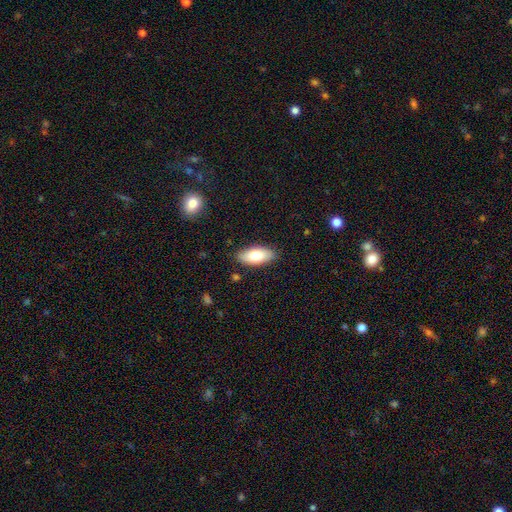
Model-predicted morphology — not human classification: This is likely a smooth galaxy (76%). How rounded: clearly in between (87%). Merging: clearly none (86%).